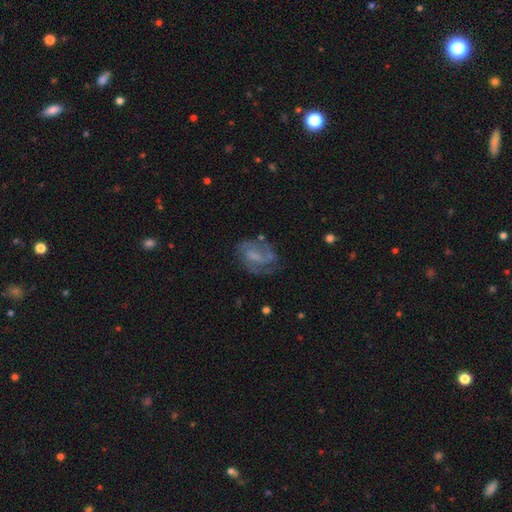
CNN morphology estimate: smooth-or-featured: featured or disk: 72% | smooth: 20% | star or artifact: 9%
  disk-edge-on: no: 97% | yes: 3%
    bar: weak: 48% | no: 33% | strong: 19%
    has-spiral-arms: yes: 85% | no: 15%
      spiral-winding: medium: 47% | tight: 27% | loose: 26%
      spiral-arm-count: 2: 58% | can't tell: 19% | 1: 10% | 3: 9% | 4: 2% | more than 4: 2%
    bulge-size: none: 41% | small: 32% | moderate: 21% | large: 4% | dominant: 1%
  merging: none: 59% | minor disturbance: 21% | major disturbance: 17% | merger: 3%